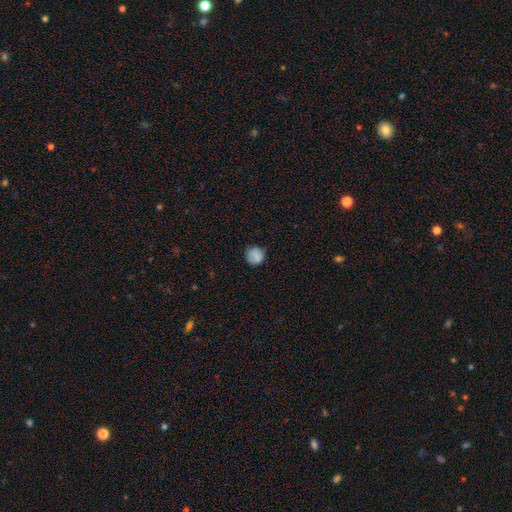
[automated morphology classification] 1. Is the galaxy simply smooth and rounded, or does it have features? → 84% smooth, 9% star or artifact, 8% featured or disk.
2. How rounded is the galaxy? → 90% round, 9% in between, 1% cigar-shaped.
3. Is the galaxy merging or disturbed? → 78% none, 16% minor disturbance, 4% major disturbance, 1% merger.